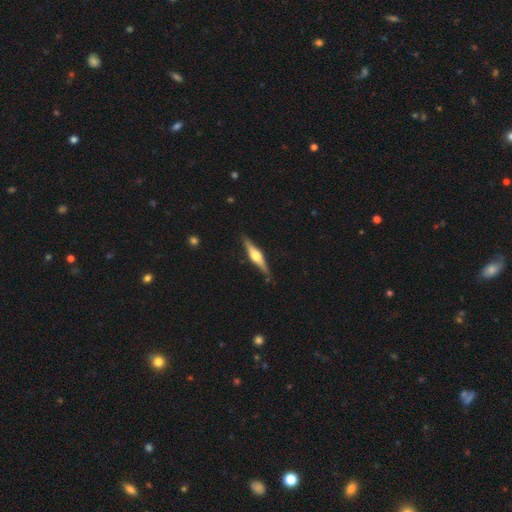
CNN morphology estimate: Smooth or featured? Predicted: featured or disk (p=0.72). Edge-on disk? Predicted: yes (p=0.97). Edge-on bulge? Predicted: rounded (p=0.94). Merging? Predicted: none (p=0.87).